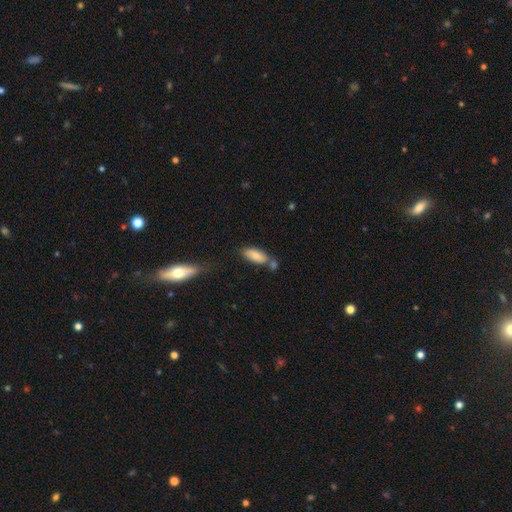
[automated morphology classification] Smooth or featured? smooth (81%)
How rounded? in between (80%)
Merging? none (57%)